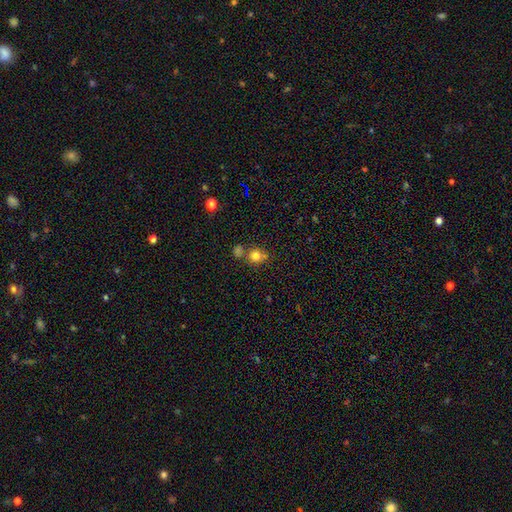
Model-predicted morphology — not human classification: Smooth or featured: smooth — 77% (star or artifact — 15%)
How rounded: round — 84% (in between — 15%)
Merging: none — 61% (merger — 23%)